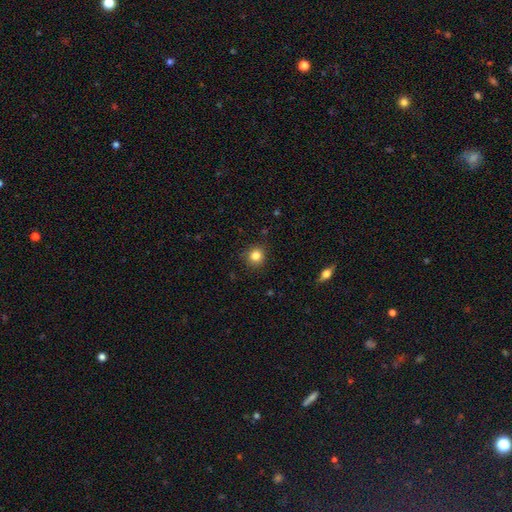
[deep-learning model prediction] Smooth or featured: smooth — 83% (star or artifact — 12%)
How rounded: round — 92% (in between — 7%)
Merging: none — 88% (minor disturbance — 8%)